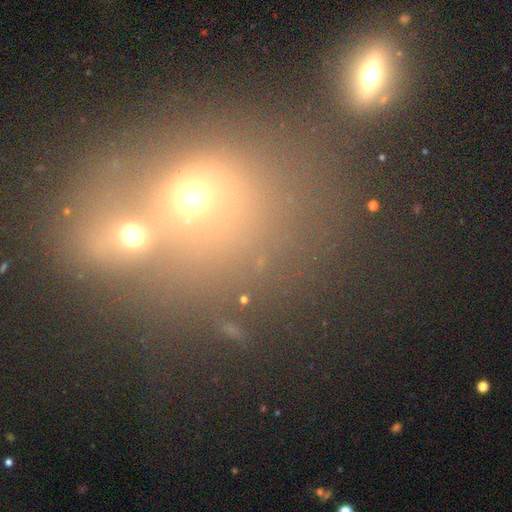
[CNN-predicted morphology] The model was most divided on "merging": merger: 55%, none: 30%, minor disturbance: 8%, major disturbance: 7%. More confident: how rounded — round (66%); smooth or featured — smooth (55%).